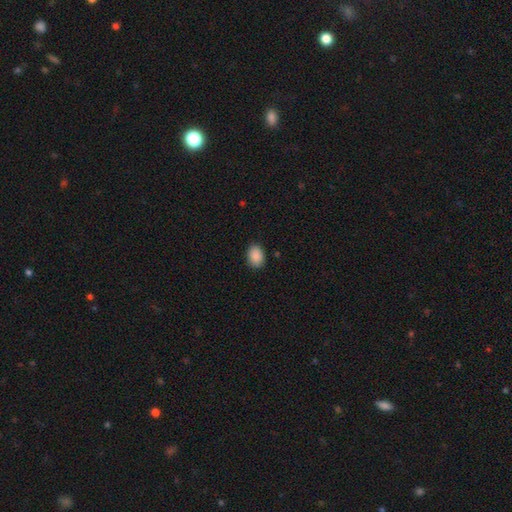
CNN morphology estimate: type=smooth (90%); roundness=in between (76%); merging=none (87%).